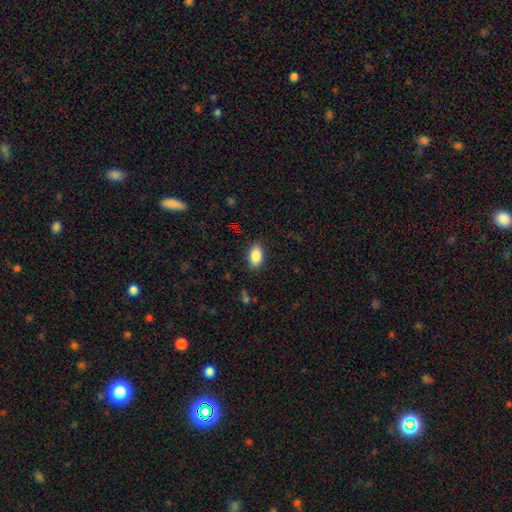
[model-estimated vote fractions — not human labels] This appears to be a smooth galaxy with no disk features (86%) that is in between round and cigar-shaped (90%). Merging: none (86%).